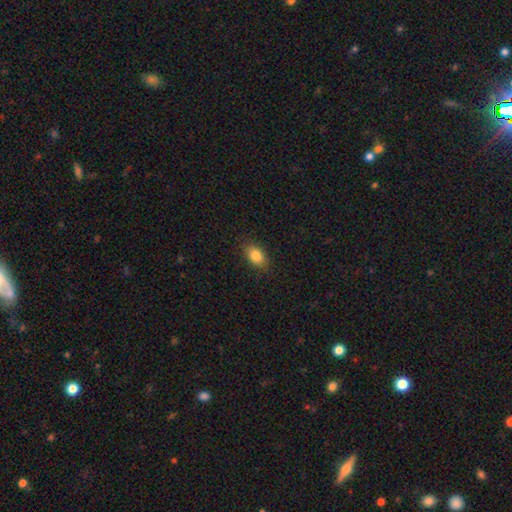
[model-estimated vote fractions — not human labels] smooth 84%, star or artifact 9%, featured or disk 8%. Down the decision tree: how rounded — in between (85%); merging — none (86%).